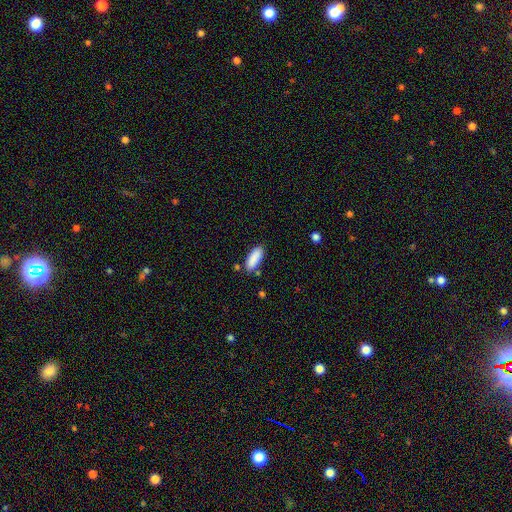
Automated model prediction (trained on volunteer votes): This is clearly a smooth galaxy (89%). How rounded: likely in between (76%). Merging: likely none (79%).